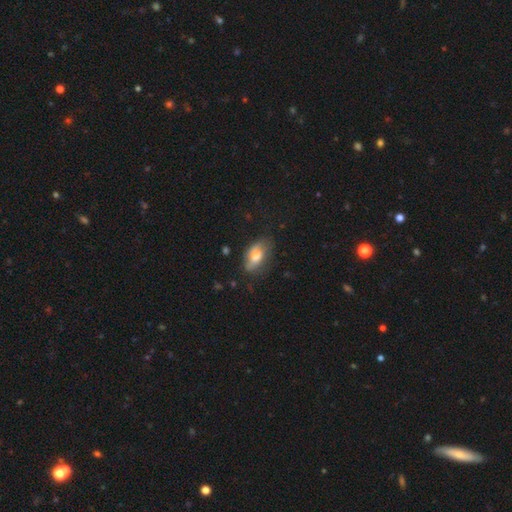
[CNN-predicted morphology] This appears to be a smooth galaxy with no disk features (65%) that is in between round and cigar-shaped (88%). Merging: none (63%).